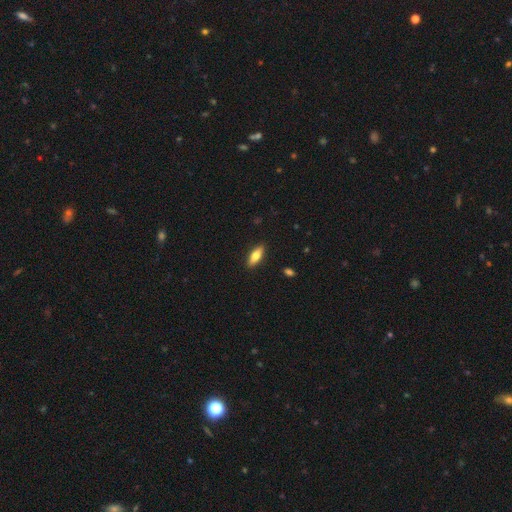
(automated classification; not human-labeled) Morphology: type=smooth (69%); roundness=in between (67%); merging=none (89%).